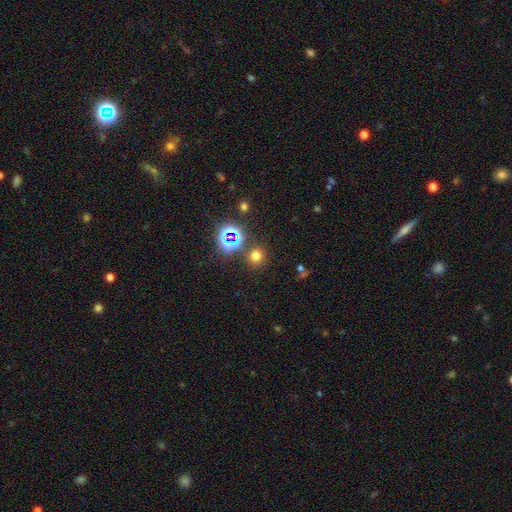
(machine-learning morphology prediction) Smooth or featured: smooth — 66% (star or artifact — 28%)
How rounded: round — 86% (in between — 13%)
Merging: none — 83% (minor disturbance — 8%)